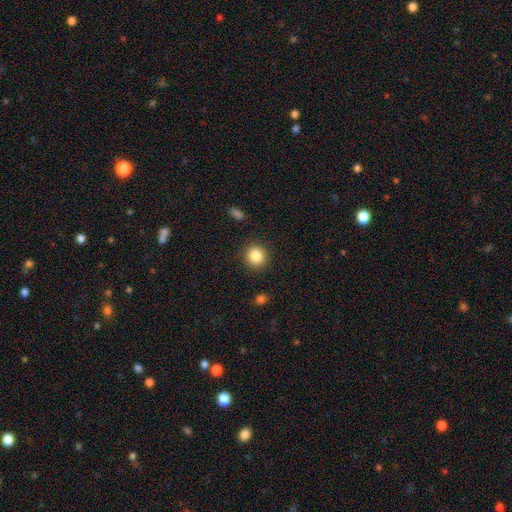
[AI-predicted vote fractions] The model was most divided on "smooth or featured": smooth: 85%, star or artifact: 10%, featured or disk: 5%. More confident: merging — none (90%); how rounded — round (89%).